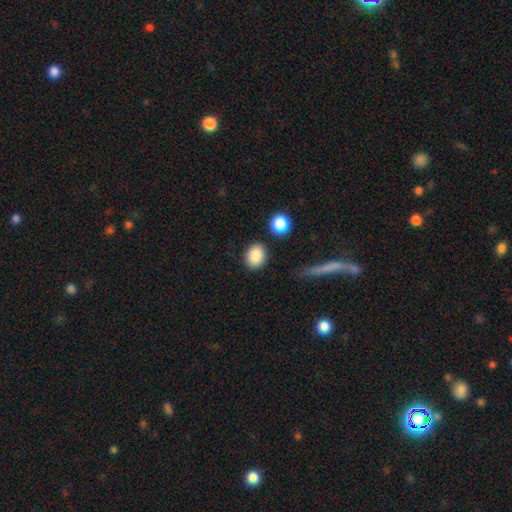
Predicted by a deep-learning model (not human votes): This is clearly a smooth galaxy (87%). How rounded: possibly round (52%). Merging: clearly none (83%).